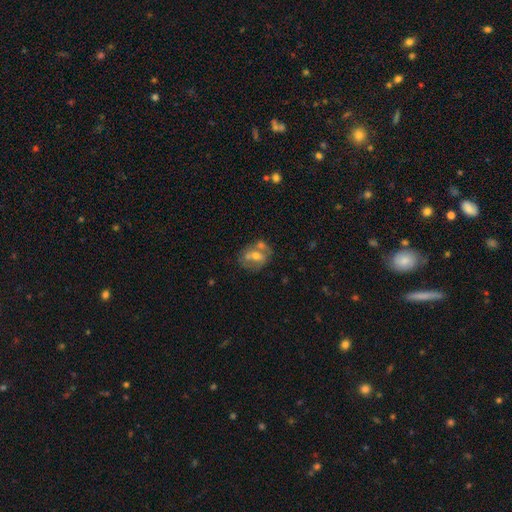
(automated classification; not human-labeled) Q: Smooth or featured?
A: featured or disk (55%); runner-up: smooth (36%)
Q: Edge-on disk?
A: no (94%); runner-up: yes (6%)
Q: Bar?
A: no (44%); runner-up: weak (36%)
Q: Spiral arms?
A: no (58%); runner-up: yes (42%)
Q: Bulge size?
A: moderate (62%); runner-up: small (30%)
Q: Merging?
A: none (44%); runner-up: merger (29%)